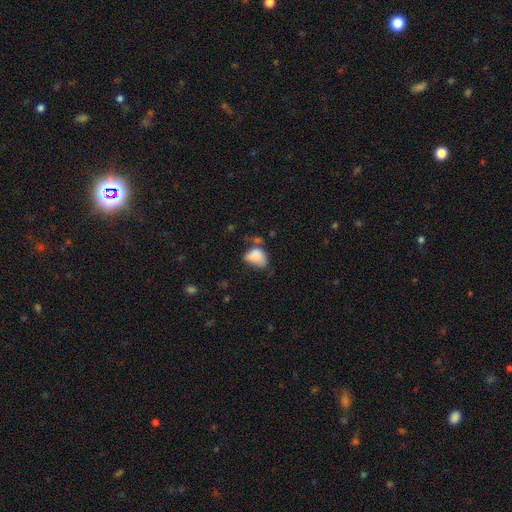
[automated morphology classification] This is clearly a smooth galaxy (81%). How rounded: likely in between (75%). Merging: marginally minor disturbance (34%).